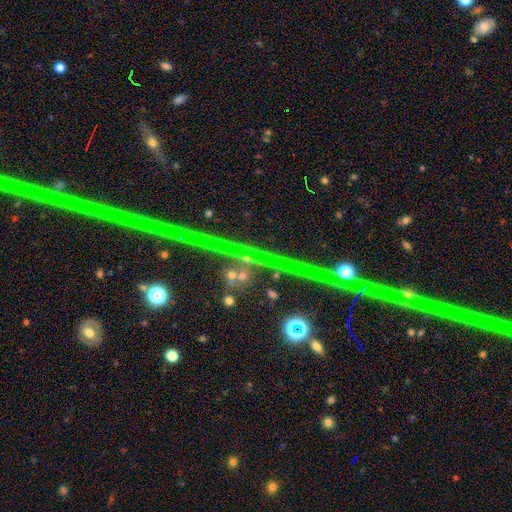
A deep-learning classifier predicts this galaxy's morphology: A star or artifact, not a galaxy (76%).